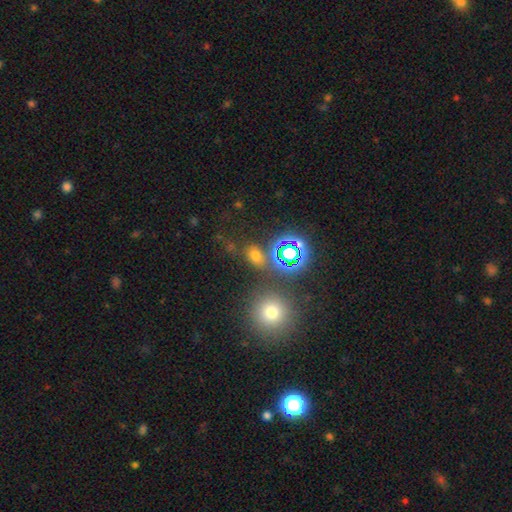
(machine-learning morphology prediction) smooth 56%, star or artifact 36%, featured or disk 8%. Down the decision tree: how rounded — in between (67%); merging — none (75%).